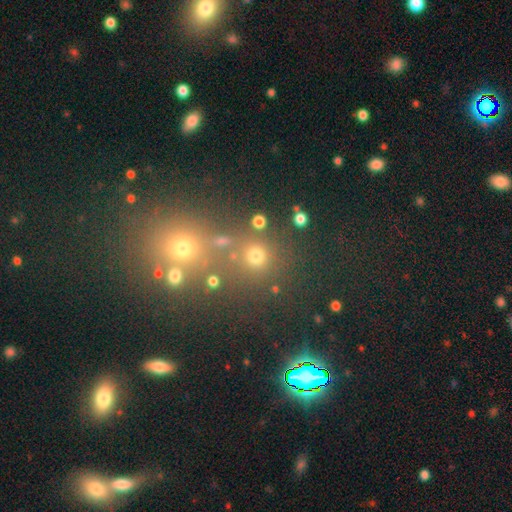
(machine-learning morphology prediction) Overall: smooth (70%). How rounded: round (89%). Merging: none (70%).